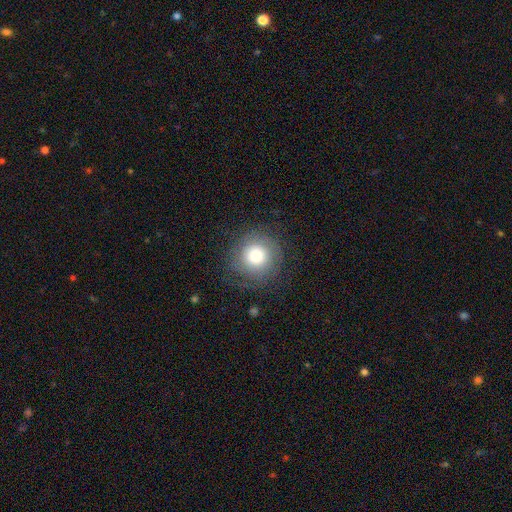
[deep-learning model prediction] smooth-or-featured: smooth: 75% | featured or disk: 16% | star or artifact: 10%
  how-rounded: round: 94% | in between: 5% | cigar-shaped: 1%
  merging: none: 81% | minor disturbance: 12% | major disturbance: 6% | merger: 1%